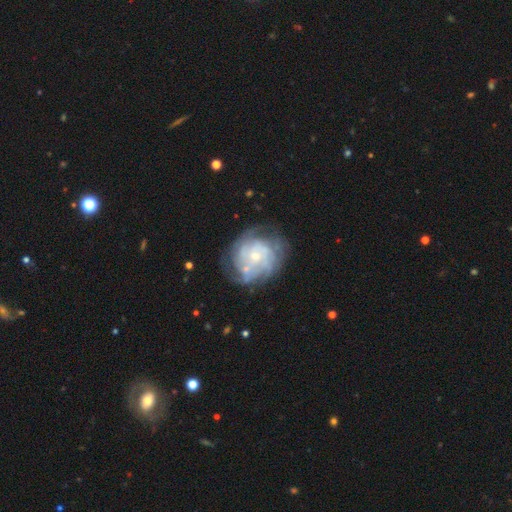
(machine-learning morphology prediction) A featured or disk galaxy (77%) with no bar (74%), tight (61%) spiral arms (84%) and a small central bulge (60%). Merging: none (62%).